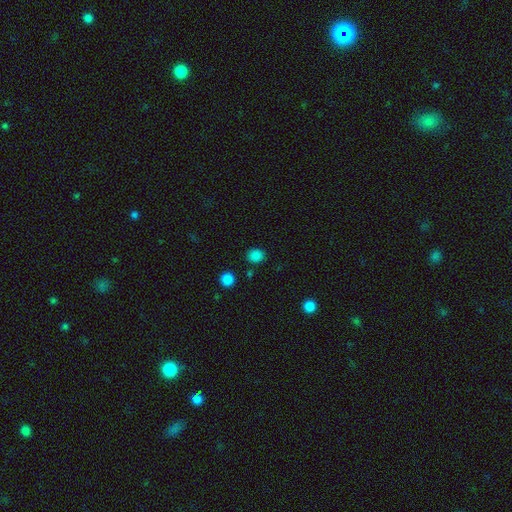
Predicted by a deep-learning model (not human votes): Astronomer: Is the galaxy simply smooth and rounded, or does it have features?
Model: smooth — 83%.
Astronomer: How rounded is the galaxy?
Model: round — 72%.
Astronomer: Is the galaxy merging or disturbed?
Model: none — 86%.